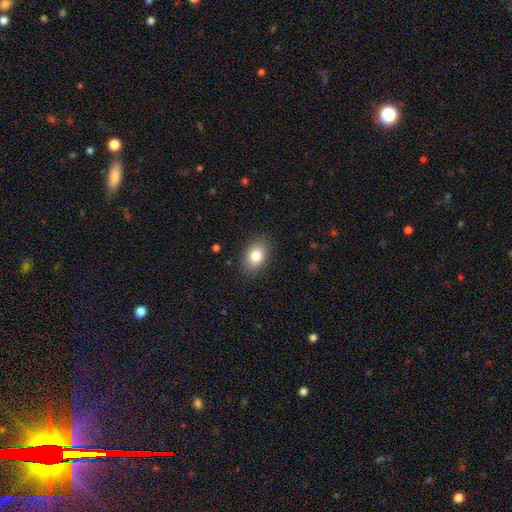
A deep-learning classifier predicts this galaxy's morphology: The model was most divided on "how rounded": in between: 76%, round: 23%, cigar-shaped: 1%. More confident: merging — none (86%); smooth or featured — smooth (82%).